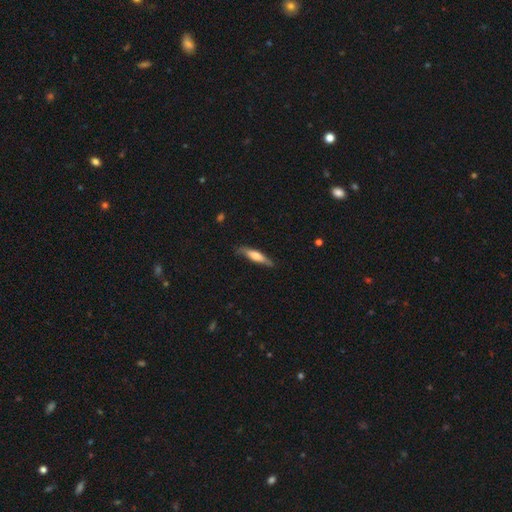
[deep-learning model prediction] Overall: smooth (49%; featured or disk 45%). Merging: none (75%).